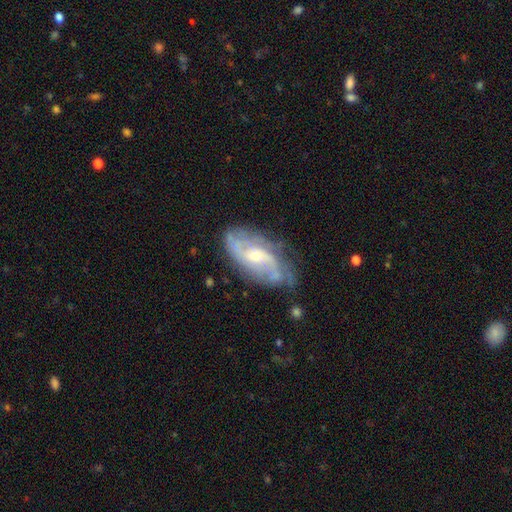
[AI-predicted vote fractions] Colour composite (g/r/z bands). It shows a featured or disk galaxy (81%) with no bar (49%), 2 (50%) medium (44%) spiral arms (92%) and a small central bulge (51%). Merging: none (64%).